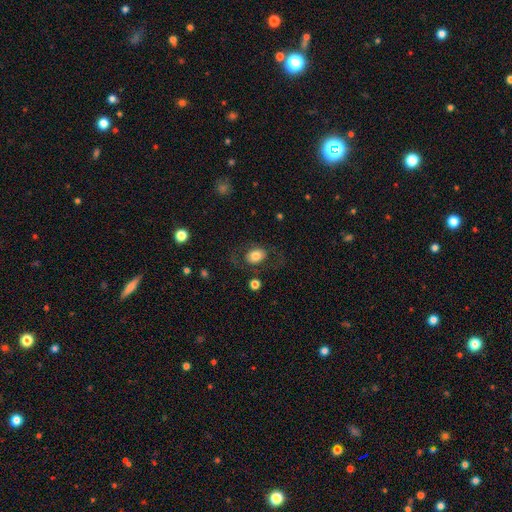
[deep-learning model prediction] A smooth galaxy with no disk features (71%) that is in between round and cigar-shaped (63%).

Vote fractions:
- Smooth or featured? smooth: 71% / featured or disk: 21% / star or artifact: 8%
- How rounded? in between: 63% / round: 36% / cigar-shaped: 1%
- Merging? none: 71% / minor disturbance: 14% / major disturbance: 13% / merger: 2%